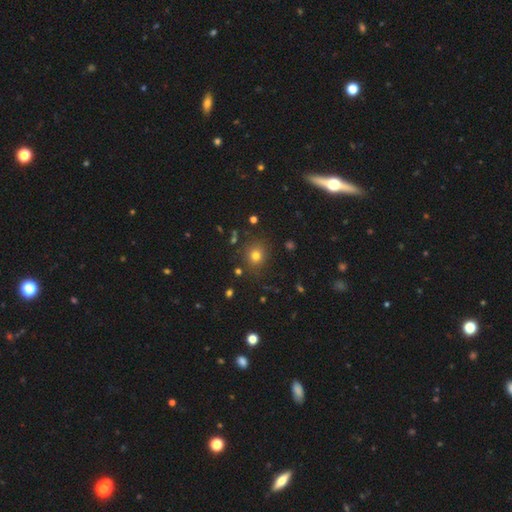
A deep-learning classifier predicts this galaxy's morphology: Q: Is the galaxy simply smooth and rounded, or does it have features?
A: smooth — 74%.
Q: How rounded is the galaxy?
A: round — 84%.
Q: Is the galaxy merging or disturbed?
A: none — 84%.